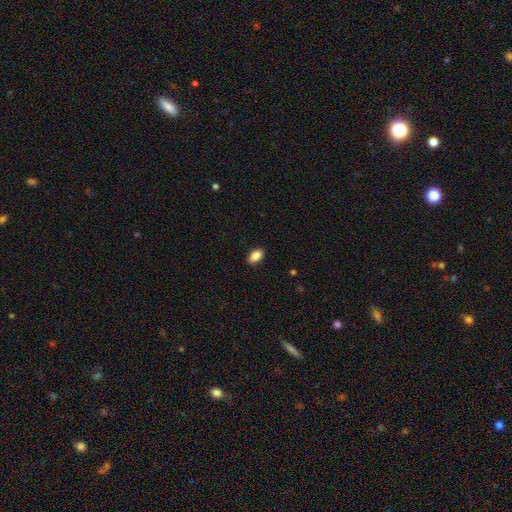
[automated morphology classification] A smooth galaxy with no disk features (88%) that is in between round and cigar-shaped (89%). Merging: none (88%).